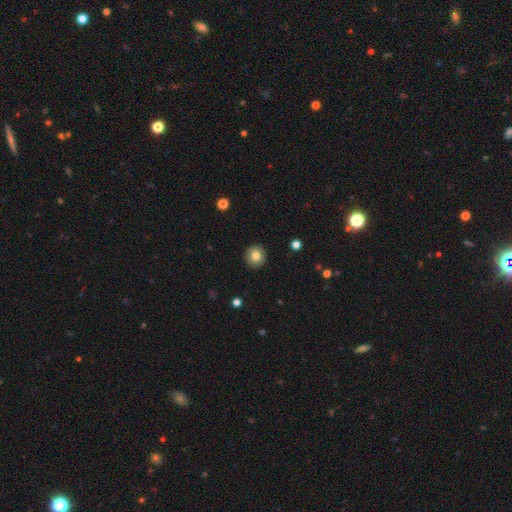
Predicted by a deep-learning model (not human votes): This is likely a smooth galaxy (80%). How rounded: clearly round (91%). Merging: clearly none (92%).